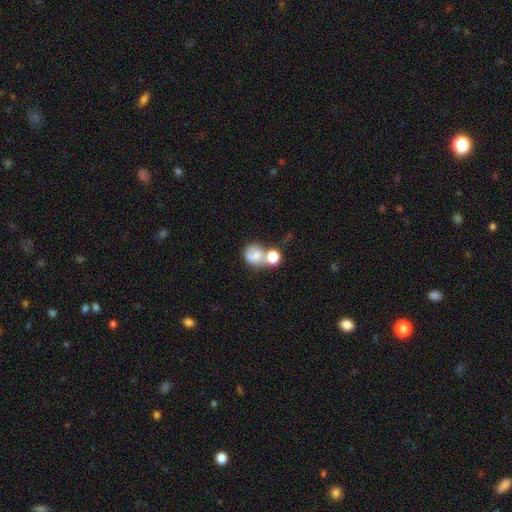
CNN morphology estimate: A smooth galaxy with no disk features (64%) that is round (65%). Merging: merger (51%).